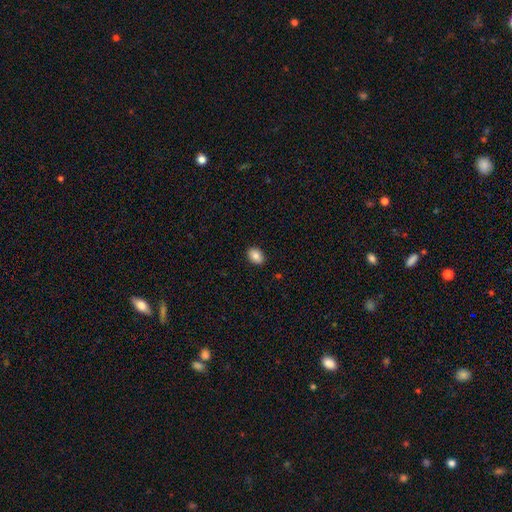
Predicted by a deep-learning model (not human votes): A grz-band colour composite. It shows a smooth galaxy with no disk features (85%) that is in between round and cigar-shaped (77%). Merging: none (90%).